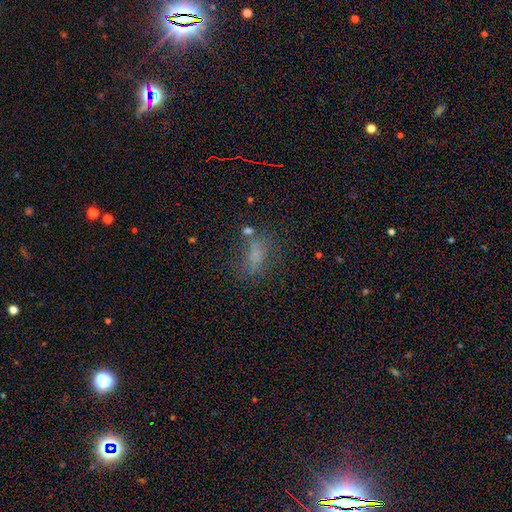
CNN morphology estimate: A smooth galaxy with no disk features (57%) that is in between round and cigar-shaped (74%).

Vote fractions:
- Smooth or featured? smooth: 57% / featured or disk: 23% / star or artifact: 20%
- How rounded? in between: 74% / round: 16% / cigar-shaped: 11%
- Merging? none: 50% / minor disturbance: 21% / major disturbance: 20% / merger: 8%